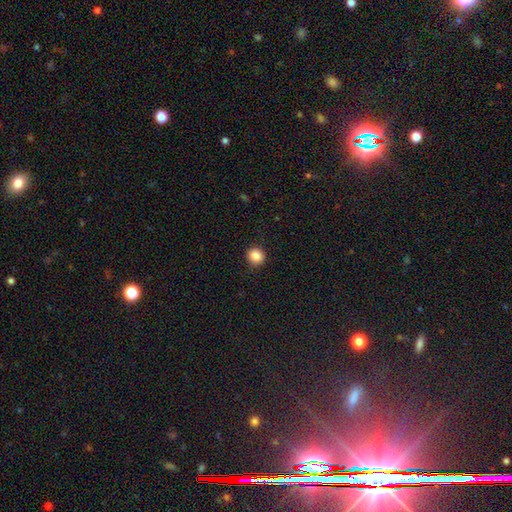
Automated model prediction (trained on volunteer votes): This is clearly a smooth galaxy (86%). How rounded: clearly round (88%). Merging: clearly none (90%).